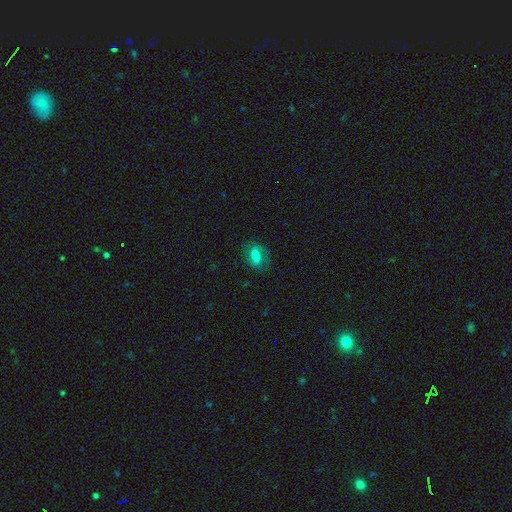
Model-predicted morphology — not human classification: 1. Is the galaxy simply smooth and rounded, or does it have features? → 62% smooth, 26% featured or disk, 11% star or artifact.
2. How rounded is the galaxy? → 74% in between, 22% round, 3% cigar-shaped.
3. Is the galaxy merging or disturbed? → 75% none, 17% minor disturbance, 7% major disturbance, 1% merger.